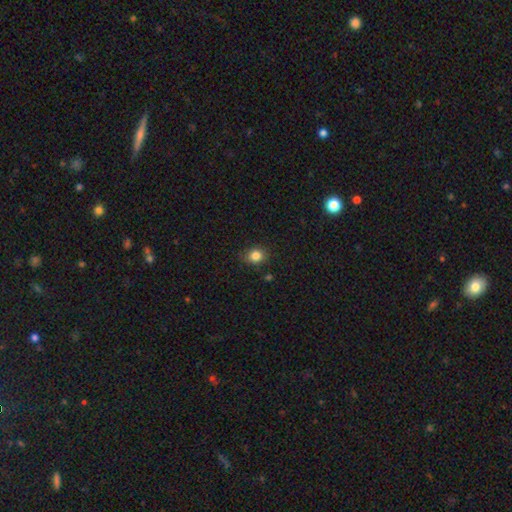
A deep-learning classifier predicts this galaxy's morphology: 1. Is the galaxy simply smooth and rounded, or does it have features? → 83% smooth, 12% star or artifact, 5% featured or disk.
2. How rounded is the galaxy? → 67% round, 32% in between, 1% cigar-shaped.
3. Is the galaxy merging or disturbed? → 81% none, 14% minor disturbance, 3% major disturbance, 2% merger.